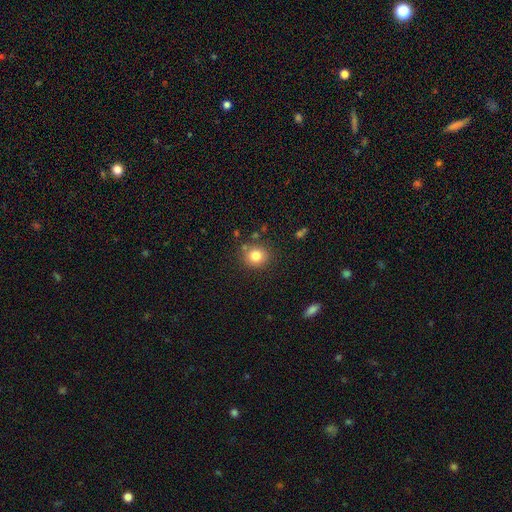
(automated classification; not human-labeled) This appears to be a smooth galaxy with no disk features (82%) that is round (83%). Merging: none (82%).